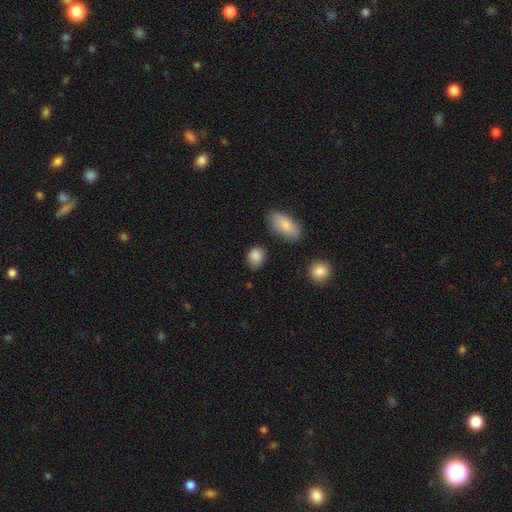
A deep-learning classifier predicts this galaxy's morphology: smooth_or_featured: smooth (p=0.87) [alt: star or artifact p=0.08]
how_rounded: round (p=0.53) [alt: in between p=0.46]
merging: none (p=0.75) [alt: minor disturbance p=0.18]